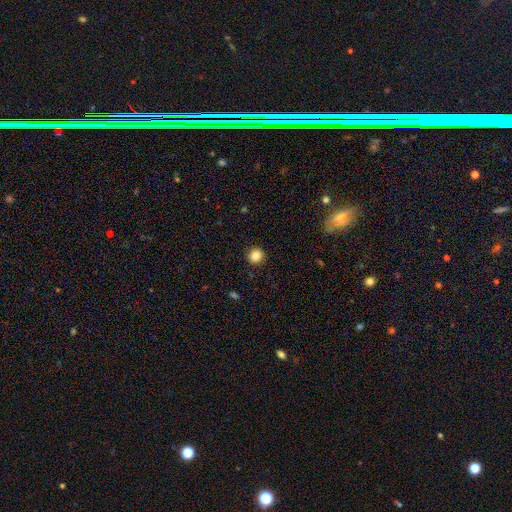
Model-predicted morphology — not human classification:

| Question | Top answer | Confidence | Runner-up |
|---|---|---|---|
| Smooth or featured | smooth | 86% | star or artifact (10%) |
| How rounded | round | 90% | in between (9%) |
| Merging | none | 91% | minor disturbance (6%) |